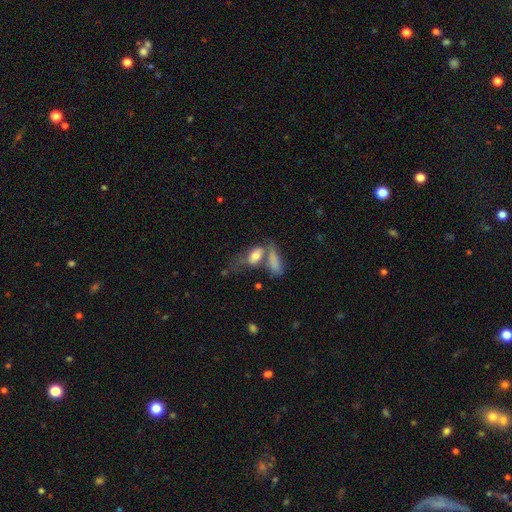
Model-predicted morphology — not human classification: This appears to be a smooth galaxy with no disk features (72%) that is in between round and cigar-shaped (81%). Merging: merger (43%).